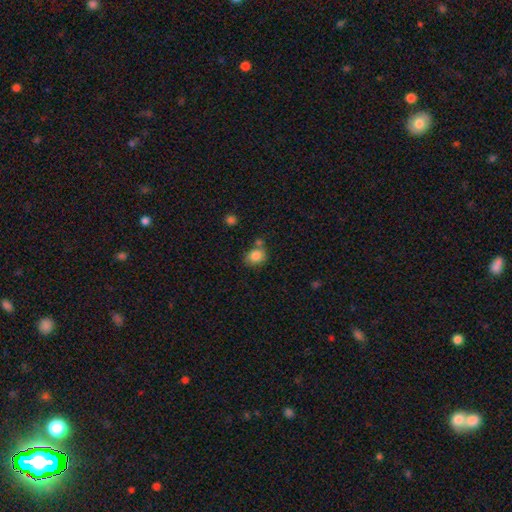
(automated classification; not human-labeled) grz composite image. It shows a smooth galaxy with no disk features (84%) that is round (66%). Merging: none (62%).